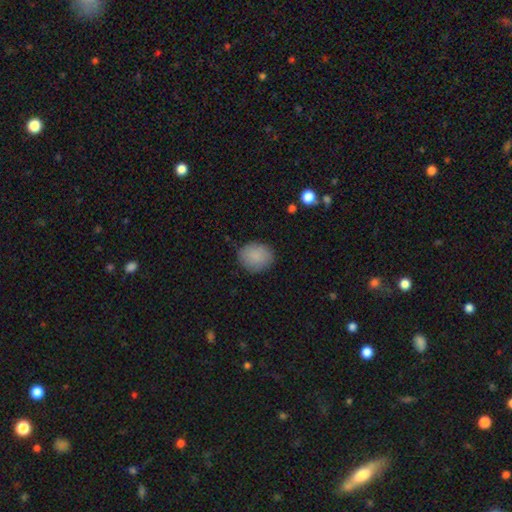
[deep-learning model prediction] Smooth or featured: smooth — 87% (star or artifact — 7%)
How rounded: round — 68% (in between — 31%)
Merging: none — 84% (minor disturbance — 12%)